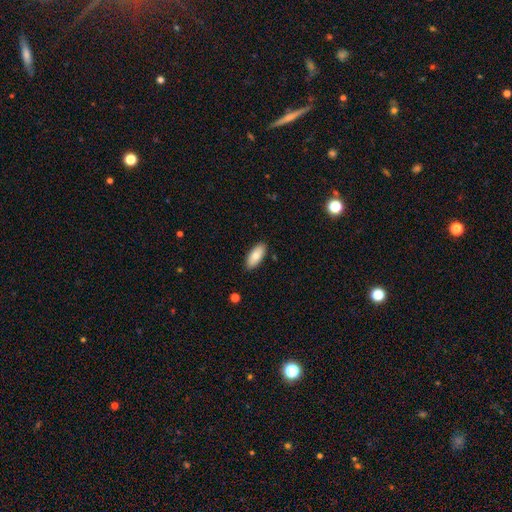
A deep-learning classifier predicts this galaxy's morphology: This appears to be a smooth galaxy with no disk features (84%) that is in between round and cigar-shaped (86%). Merging: none (88%).